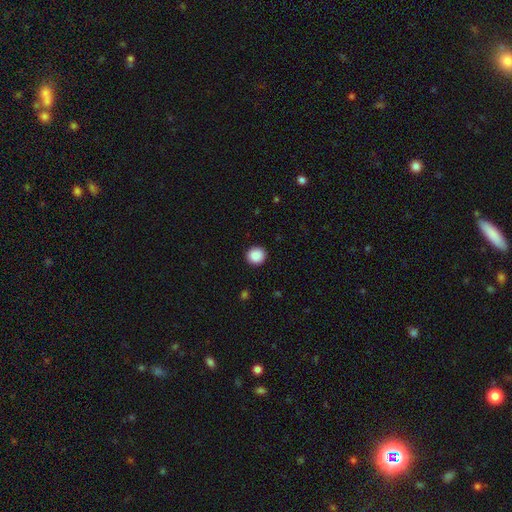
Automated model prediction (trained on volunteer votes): Overall: smooth (89%). How rounded: round (93%). Merging: none (92%).